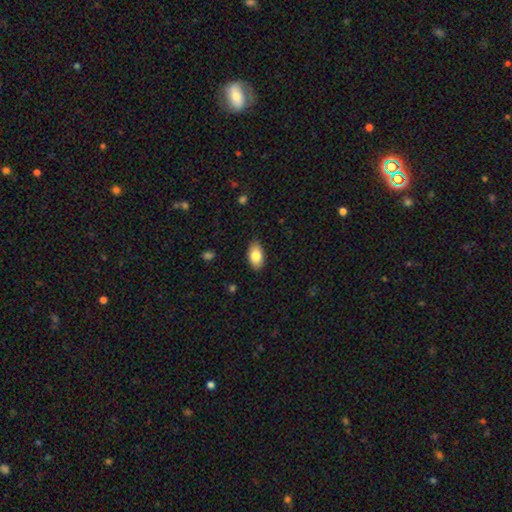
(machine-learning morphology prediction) This appears to be a smooth galaxy with no disk features (83%) that is in between round and cigar-shaped (94%). Merging: none (87%).